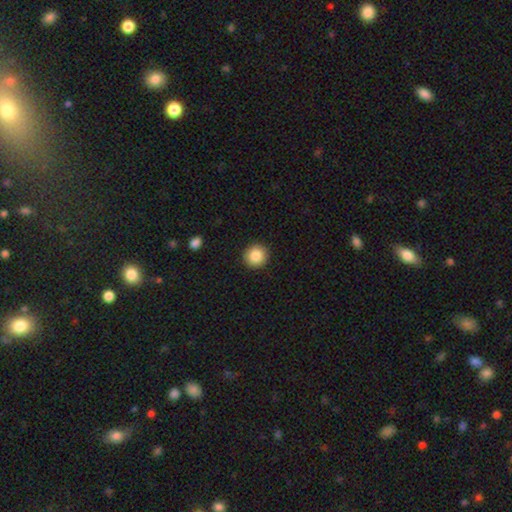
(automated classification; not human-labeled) Smooth or featured: smooth — 85% (star or artifact — 9%)
How rounded: round — 94% (in between — 5%)
Merging: none — 92% (minor disturbance — 5%)